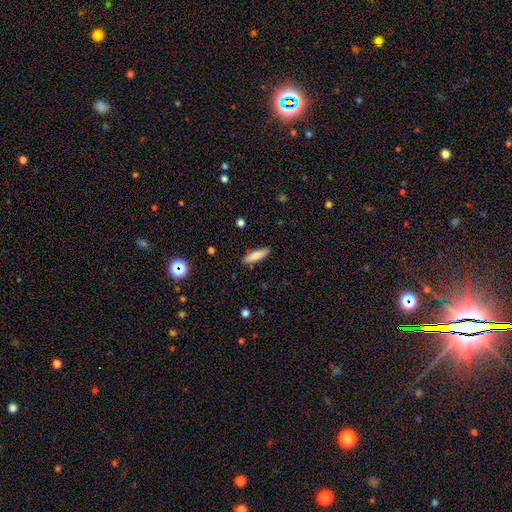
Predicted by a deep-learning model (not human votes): This appears to be a smooth galaxy with no disk features (78%) that is cigar-shaped (59%). Merging: none (88%).